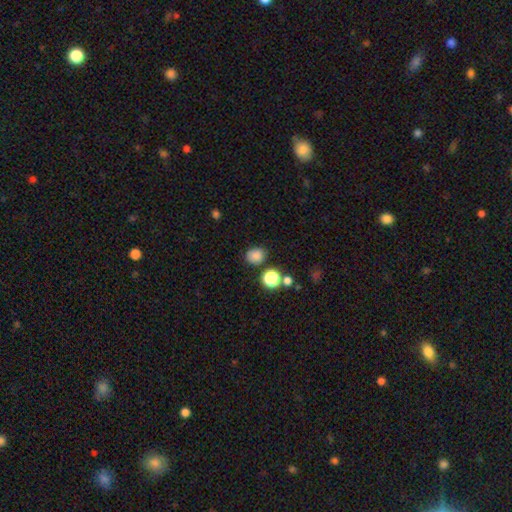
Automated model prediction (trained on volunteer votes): A smooth galaxy with no disk features (81%) that is round (62%).

Vote fractions:
- Smooth or featured? smooth: 81% / star or artifact: 14% / featured or disk: 5%
- How rounded? round: 62% / in between: 37% / cigar-shaped: 1%
- Merging? none: 79% / minor disturbance: 12% / merger: 6% / major disturbance: 3%